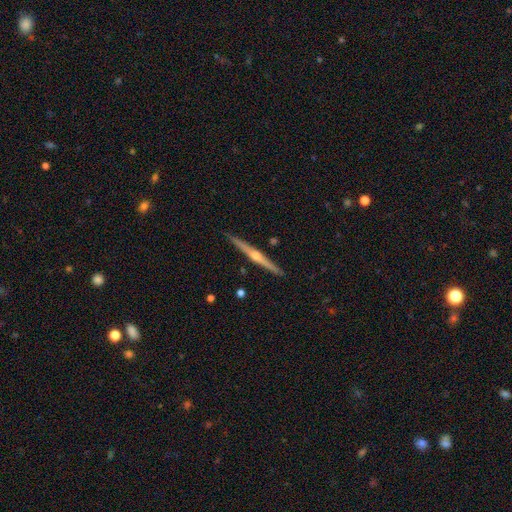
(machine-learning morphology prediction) A featured or disk galaxy (81%) viewed edge-on (99%) with a rounded central bulge (89%). Merging: none (91%).